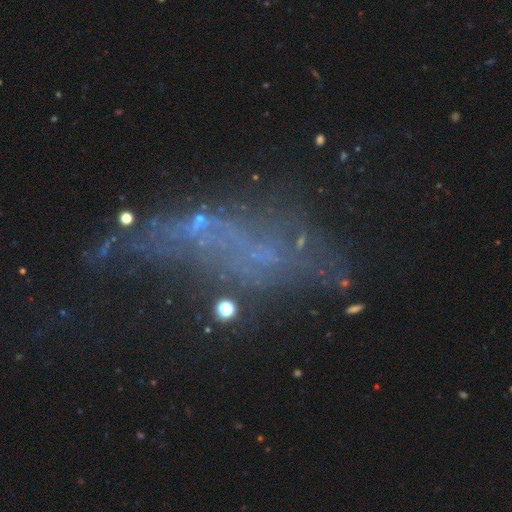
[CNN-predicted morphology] This is possibly a featured or disk galaxy (47%). Merging: marginally major disturbance (37%).